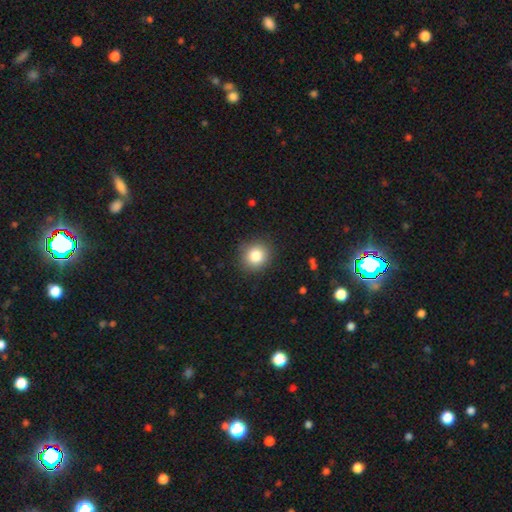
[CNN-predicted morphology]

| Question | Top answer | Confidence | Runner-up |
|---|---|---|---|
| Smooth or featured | smooth | 83% | star or artifact (10%) |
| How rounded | round | 85% | in between (14%) |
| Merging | none | 89% | minor disturbance (8%) |